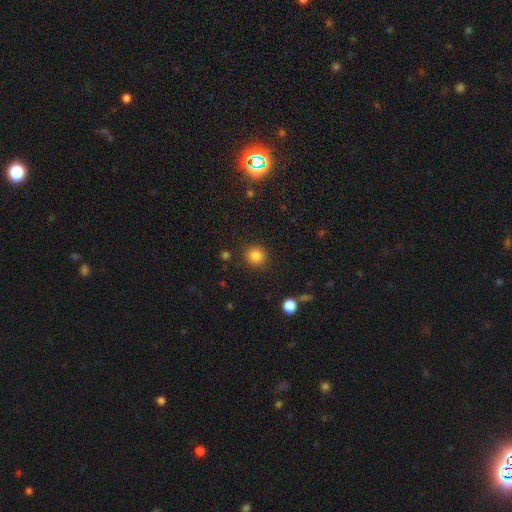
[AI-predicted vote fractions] A smooth galaxy with no disk features (84%) that is round (88%).

Vote fractions:
- Smooth or featured? smooth: 84% / star or artifact: 11% / featured or disk: 5%
- How rounded? round: 88% / in between: 11% / cigar-shaped: 1%
- Merging? none: 87% / minor disturbance: 8% / major disturbance: 3% / merger: 2%